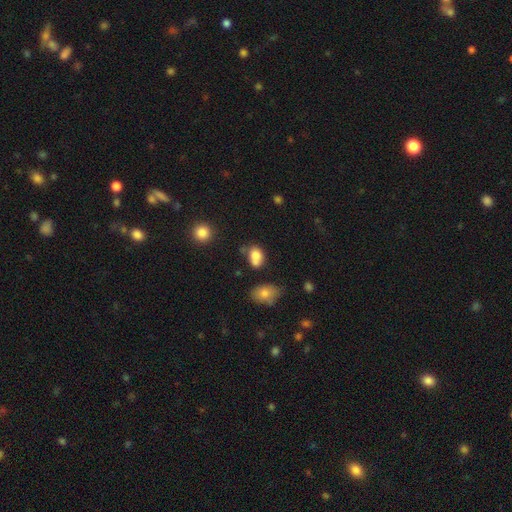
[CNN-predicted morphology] smooth_or_featured: smooth (p=0.80) [alt: star or artifact p=0.10]
how_rounded: in between (p=0.67) [alt: round p=0.32]
merging: none (p=0.45) [alt: minor disturbance p=0.24]